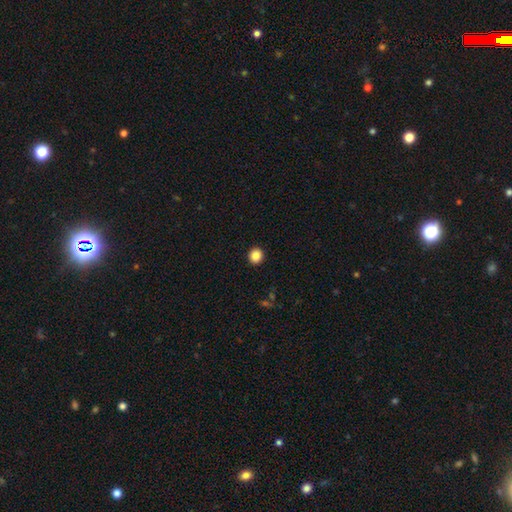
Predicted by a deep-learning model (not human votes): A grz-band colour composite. It shows a smooth galaxy with no disk features (86%) that is round (88%). Merging: none (93%).